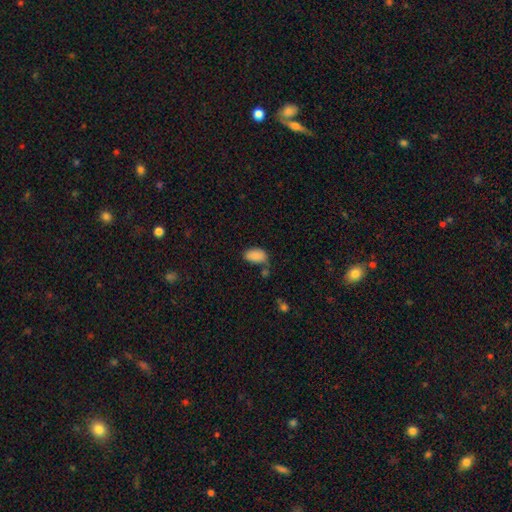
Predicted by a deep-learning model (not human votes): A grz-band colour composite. It shows a smooth galaxy with no disk features (87%) that is in between round and cigar-shaped (93%). Merging: none (60%).